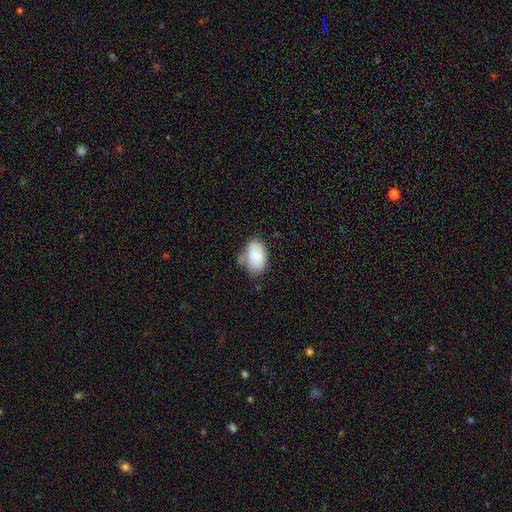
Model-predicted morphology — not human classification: Q: Smooth or featured?
A: smooth (84%); runner-up: featured or disk (10%)
Q: How rounded?
A: in between (92%); runner-up: round (7%)
Q: Merging?
A: none (55%); runner-up: minor disturbance (28%)